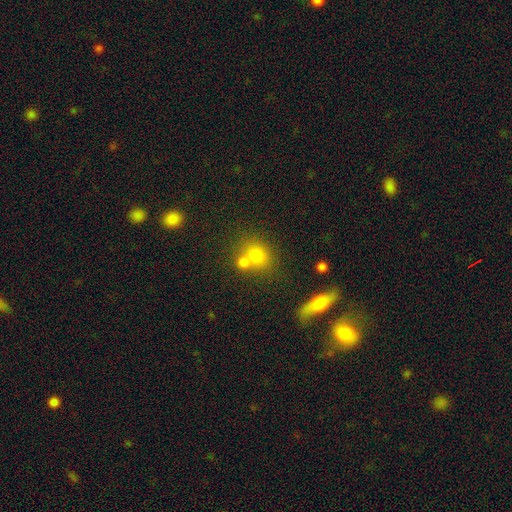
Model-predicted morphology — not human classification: Q: Smooth or featured?
A: smooth (75%); runner-up: star or artifact (13%)
Q: How rounded?
A: round (71%); runner-up: in between (27%)
Q: Merging?
A: none (48%); runner-up: merger (38%)